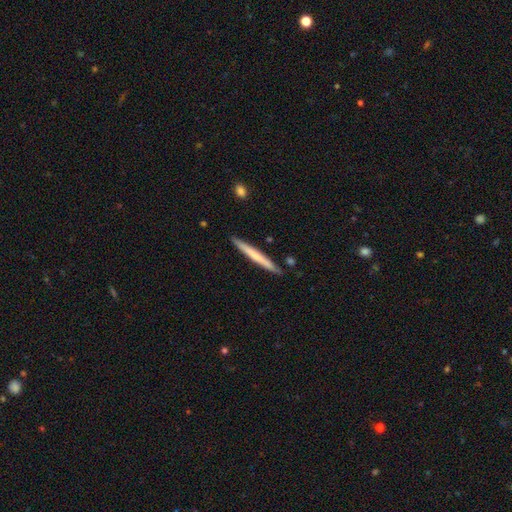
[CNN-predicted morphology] smooth_or_featured: smooth (p=0.58) [alt: featured or disk p=0.37]
how_rounded: cigar-shaped (p=0.97) [alt: in between p=0.02]
merging: none (p=0.90) [alt: minor disturbance p=0.07]